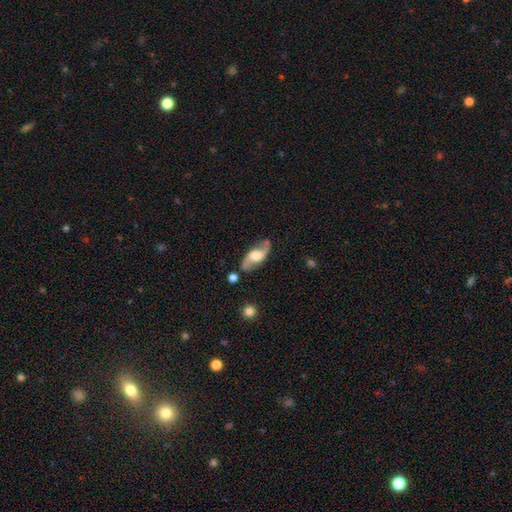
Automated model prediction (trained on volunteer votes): Morphology: type=featured or disk (75%); edge-on=no (89%); bar=no (51%); spiral arms=yes (91%); winding=loose (67%); arm count=2 (92%); bulge=moderate (49%); merging=none (77%).